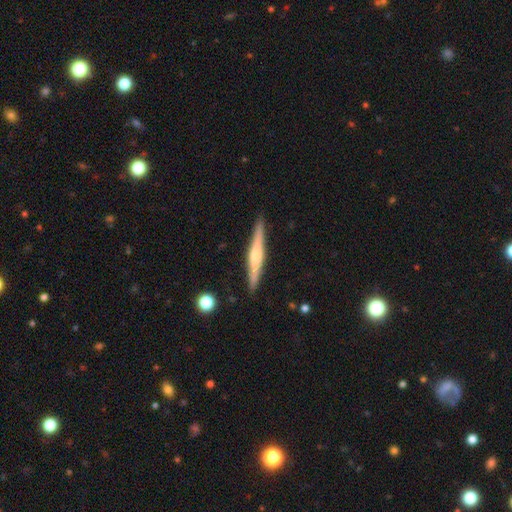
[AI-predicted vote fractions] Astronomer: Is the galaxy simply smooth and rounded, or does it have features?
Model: featured or disk — 67%.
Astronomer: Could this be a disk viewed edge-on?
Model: yes — 98%.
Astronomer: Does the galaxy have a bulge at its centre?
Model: rounded — 77%.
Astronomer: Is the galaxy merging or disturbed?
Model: none — 90%.